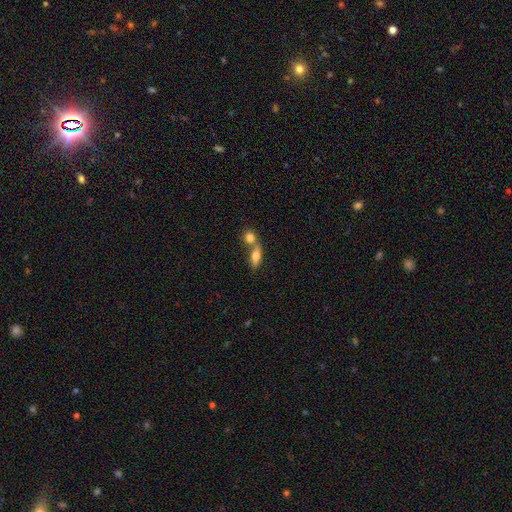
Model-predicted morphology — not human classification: The model was most divided on "merging": merger: 50%, none: 38%, minor disturbance: 8%, major disturbance: 4%. More confident: smooth or featured — smooth (70%); how rounded — in between (67%).